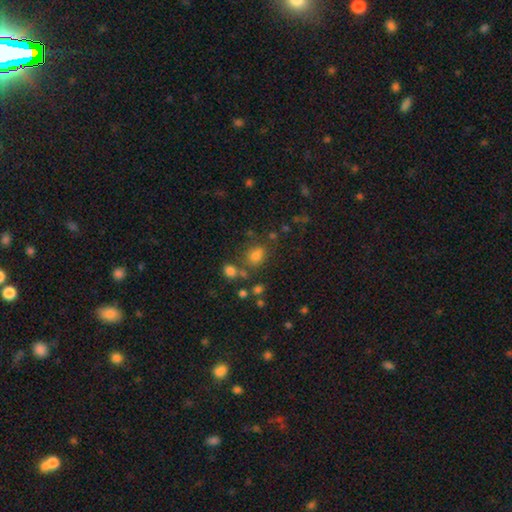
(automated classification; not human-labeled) Overall: smooth (66%). How rounded: round (52%; in between 46%). Merging: none (64%).